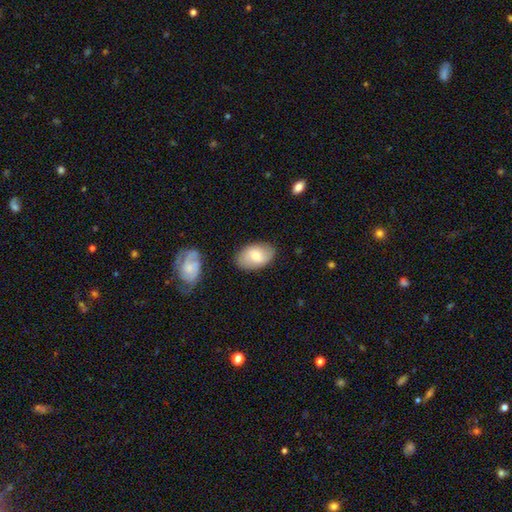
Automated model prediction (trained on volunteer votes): Smooth or featured? Predicted: smooth (p=0.71). How rounded? Predicted: in between (p=0.91). Merging? Predicted: none (p=0.82).